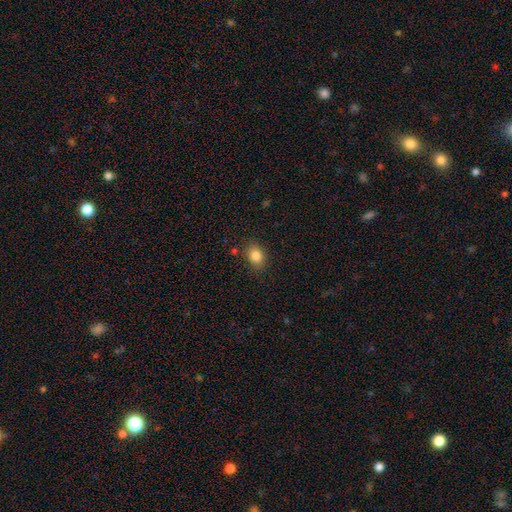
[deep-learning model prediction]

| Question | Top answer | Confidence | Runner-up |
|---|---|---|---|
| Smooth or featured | smooth | 84% | star or artifact (10%) |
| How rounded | in between | 63% | round (36%) |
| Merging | none | 83% | minor disturbance (11%) |